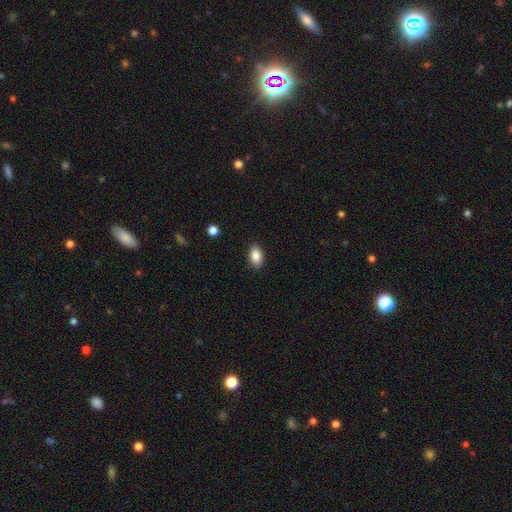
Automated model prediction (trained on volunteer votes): Overall: smooth (87%). How rounded: in between (90%). Merging: none (88%).